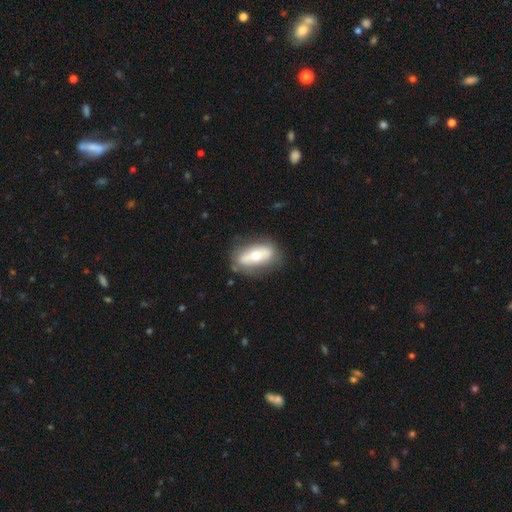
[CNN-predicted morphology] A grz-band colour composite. It shows a featured or disk galaxy (48%). Merging: none (73%).